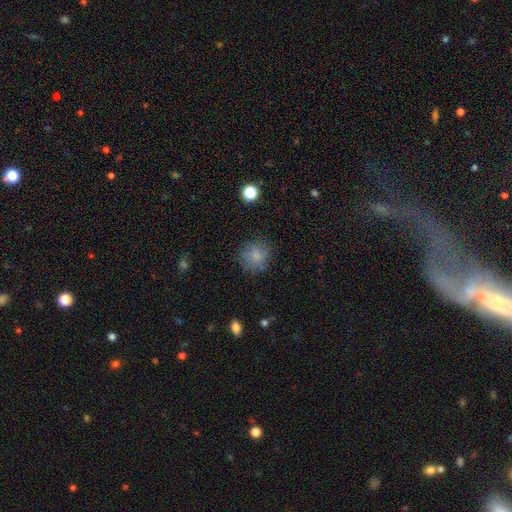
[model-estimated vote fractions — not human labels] The model was most divided on "merging": none: 78%, minor disturbance: 15%, major disturbance: 6%, merger: 2%. More confident: how rounded — round (89%); smooth or featured — smooth (80%).